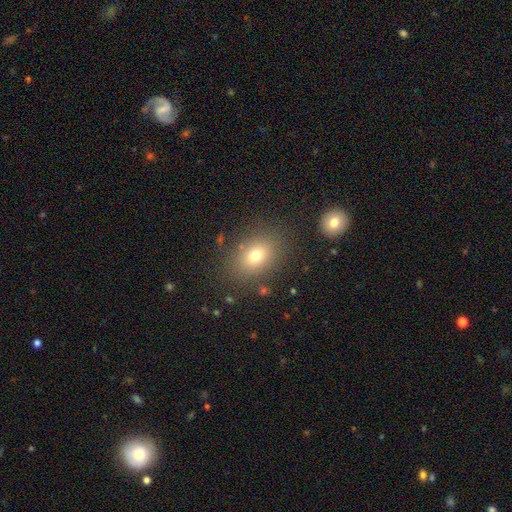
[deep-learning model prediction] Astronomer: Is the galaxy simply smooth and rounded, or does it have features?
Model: smooth — 73%.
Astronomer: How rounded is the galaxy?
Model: in between — 66%.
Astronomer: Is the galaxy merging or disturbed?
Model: none — 82%.